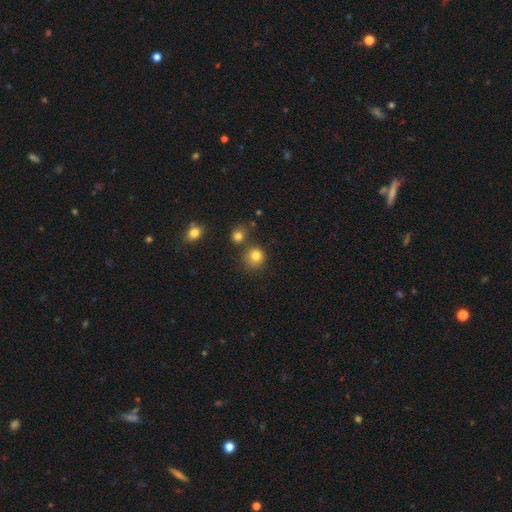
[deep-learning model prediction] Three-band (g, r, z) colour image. It shows a smooth galaxy with no disk features (81%) that is round (86%). Merging: none (70%).